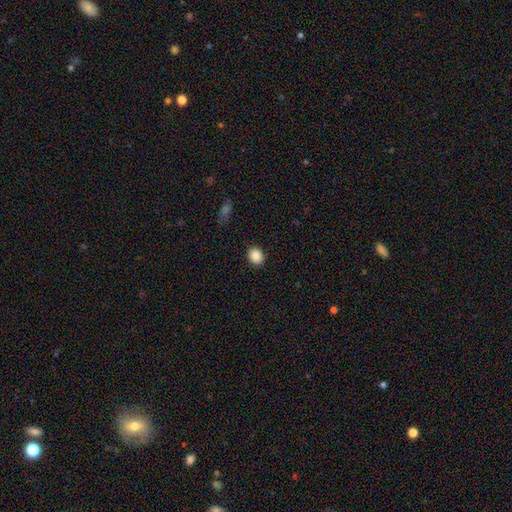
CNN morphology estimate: Smooth or featured? Predicted: smooth (p=0.88). How rounded? Predicted: round (p=0.58). Merging? Predicted: none (p=0.89).